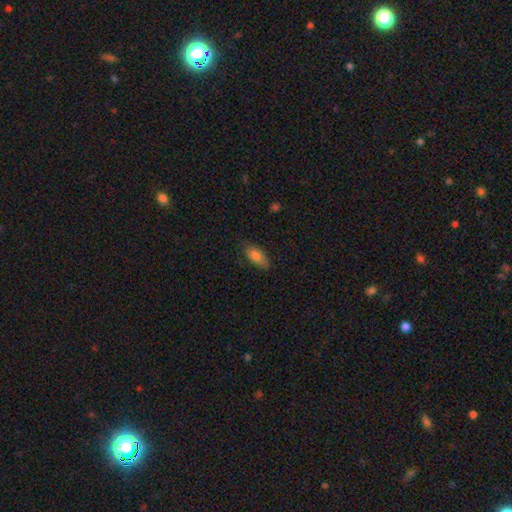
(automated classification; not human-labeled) smooth-or-featured: smooth: 80% | featured or disk: 13% | star or artifact: 7%
  how-rounded: in between: 88% | cigar-shaped: 9% | round: 3%
  merging: none: 75% | minor disturbance: 20% | major disturbance: 4% | merger: 1%